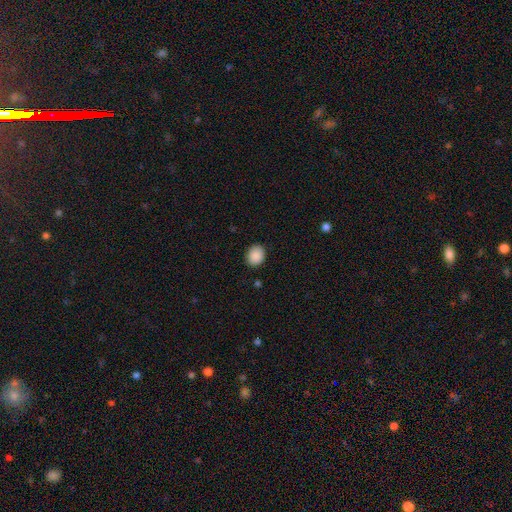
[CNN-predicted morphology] This is clearly a smooth galaxy (90%). How rounded: possibly round (59%). Merging: clearly none (88%).